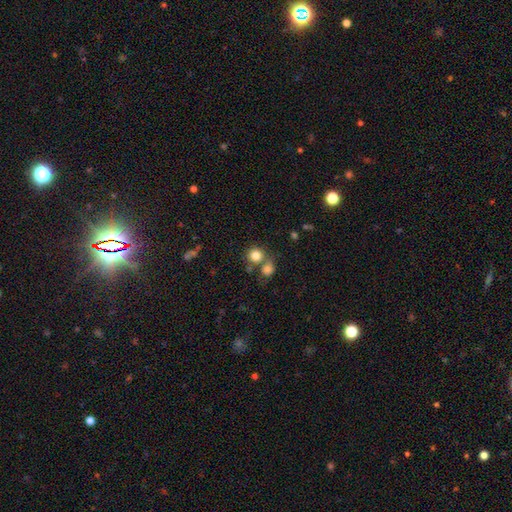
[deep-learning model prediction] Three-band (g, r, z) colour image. It shows a smooth galaxy with no disk features (81%) that is round (89%). Merging: none (60%).